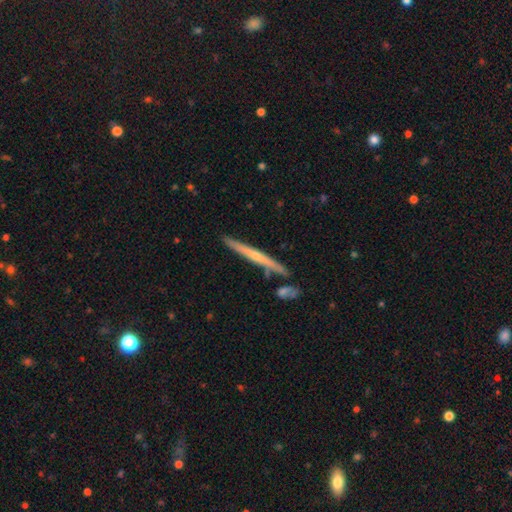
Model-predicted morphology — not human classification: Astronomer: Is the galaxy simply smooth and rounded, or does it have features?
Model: featured or disk — 66%.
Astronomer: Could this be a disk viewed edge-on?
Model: yes — 96%.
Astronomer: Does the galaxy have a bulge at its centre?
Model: rounded — 57% (runner-up: none, 36%).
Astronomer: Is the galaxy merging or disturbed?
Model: none — 82%.